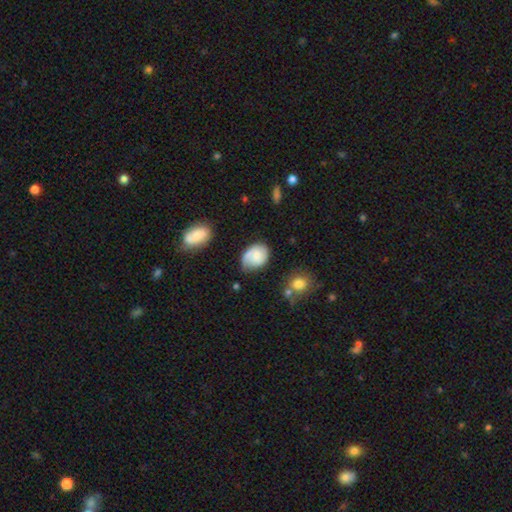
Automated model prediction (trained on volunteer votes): smooth 55%, featured or disk 37%, star or artifact 8%. Down the decision tree: how rounded — in between (67%); merging — none (58%).